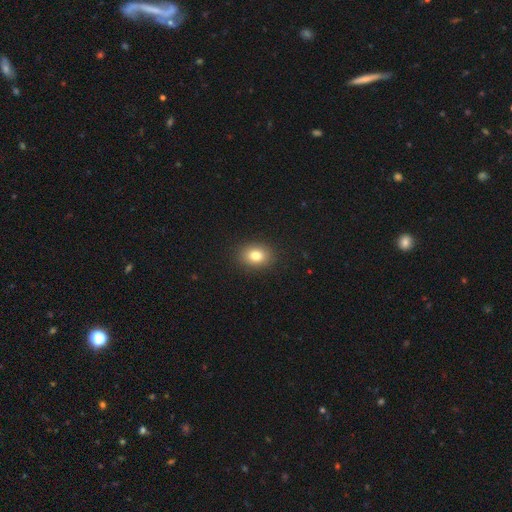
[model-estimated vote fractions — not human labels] Smooth or featured?
  - smooth: 81% *
  - star or artifact: 10%
  - featured or disk: 8%
How rounded?
  - in between: 58% *
  - round: 41%
  - cigar-shaped: 1%
Merging?
  - none: 90% *
  - minor disturbance: 7%
  - major disturbance: 2%
  - merger: 1%